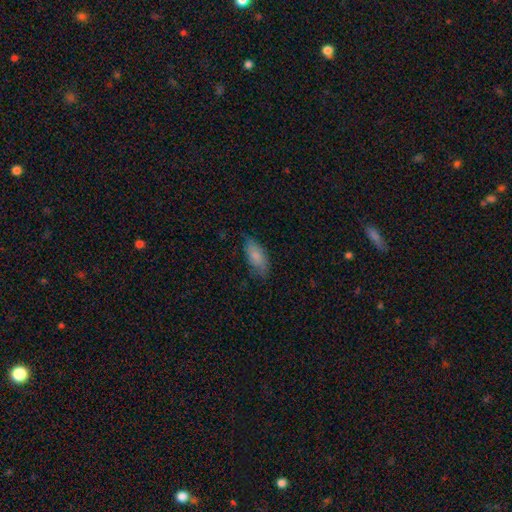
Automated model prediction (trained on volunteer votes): Smooth or featured? smooth (80%)
How rounded? in between (87%)
Merging? none (70%)